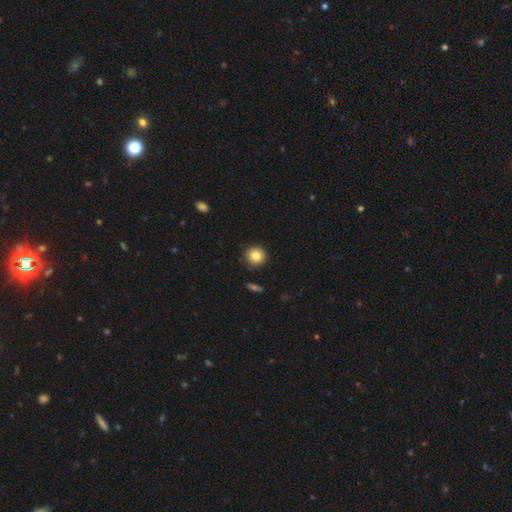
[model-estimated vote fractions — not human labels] Smooth or featured?
  - smooth: 83% *
  - star or artifact: 9%
  - featured or disk: 7%
How rounded?
  - round: 93% *
  - in between: 6%
  - cigar-shaped: 1%
Merging?
  - none: 90% *
  - minor disturbance: 6%
  - major disturbance: 2%
  - merger: 1%